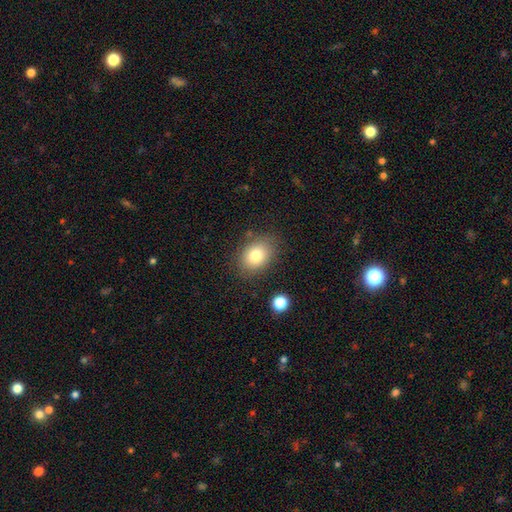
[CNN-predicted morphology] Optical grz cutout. It shows a smooth galaxy with no disk features (80%) that is in between round and cigar-shaped (73%). Merging: none (80%).